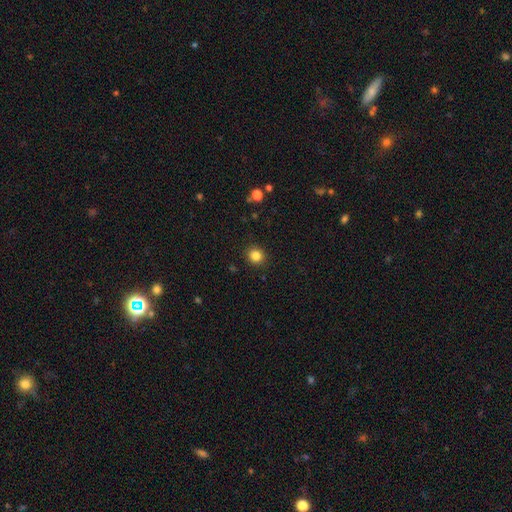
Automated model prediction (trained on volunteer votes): Smooth or featured?
  - smooth: 83% *
  - star or artifact: 12%
  - featured or disk: 5%
How rounded?
  - round: 90% *
  - in between: 9%
  - cigar-shaped: 1%
Merging?
  - none: 92% *
  - minor disturbance: 5%
  - major disturbance: 2%
  - merger: 1%